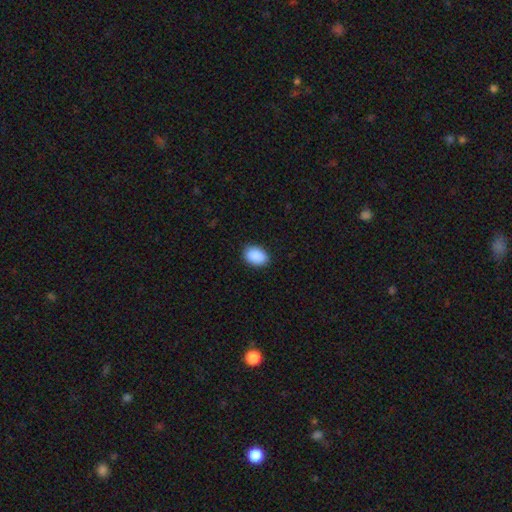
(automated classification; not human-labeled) smooth 90%, star or artifact 7%, featured or disk 3%. Down the decision tree: how rounded — in between (85%); merging — none (87%).